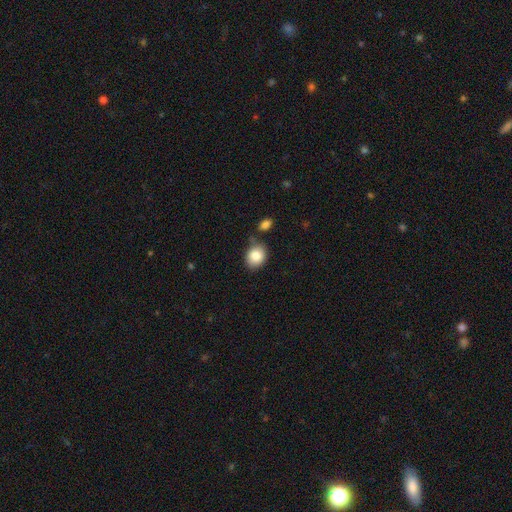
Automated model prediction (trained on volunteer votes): This appears to be a smooth galaxy with no disk features (85%) that is in between round and cigar-shaped (50%). Merging: none (67%).